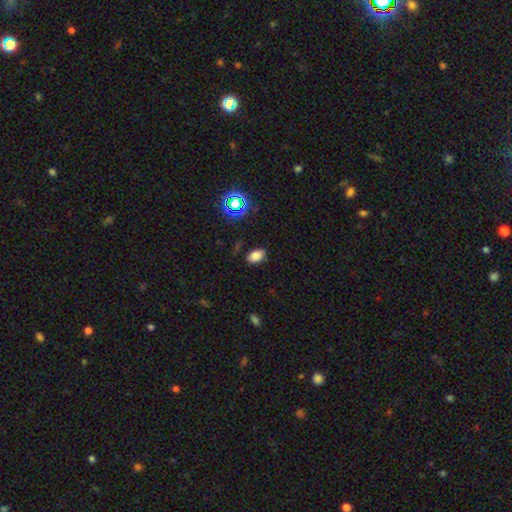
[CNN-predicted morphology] type=smooth (77%); roundness=in between (90%); merging=none (85%).